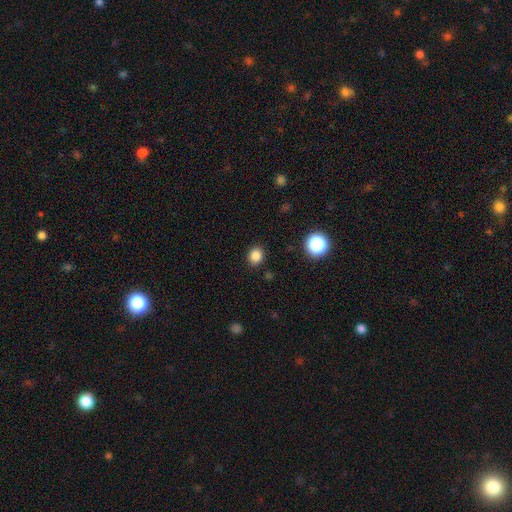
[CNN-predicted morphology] A smooth galaxy with no disk features (84%) that is round (71%).

Vote fractions:
- Smooth or featured? smooth: 84% / star or artifact: 12% / featured or disk: 4%
- How rounded? round: 71% / in between: 28% / cigar-shaped: 1%
- Merging? none: 89% / minor disturbance: 7% / major disturbance: 2% / merger: 1%